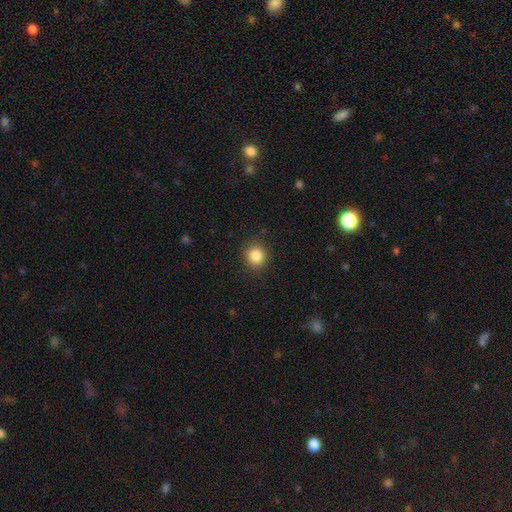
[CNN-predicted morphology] The model was most divided on "how rounded": round: 86%, in between: 13%, cigar-shaped: 1%. More confident: merging — none (89%); smooth or featured — smooth (85%).